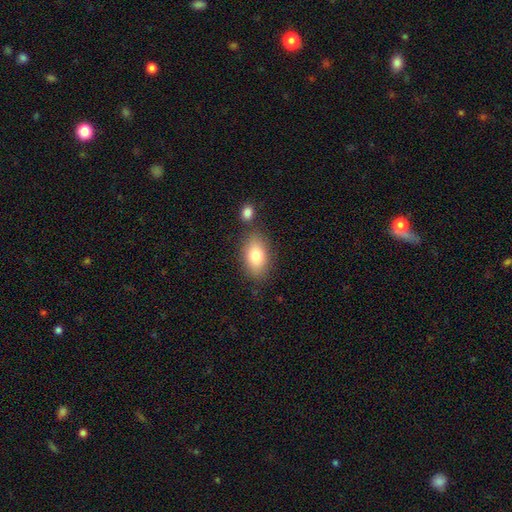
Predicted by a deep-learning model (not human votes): Q: Smooth or featured?
A: smooth (80%); runner-up: featured or disk (12%)
Q: How rounded?
A: in between (90%); runner-up: round (8%)
Q: Merging?
A: none (75%); runner-up: minor disturbance (12%)